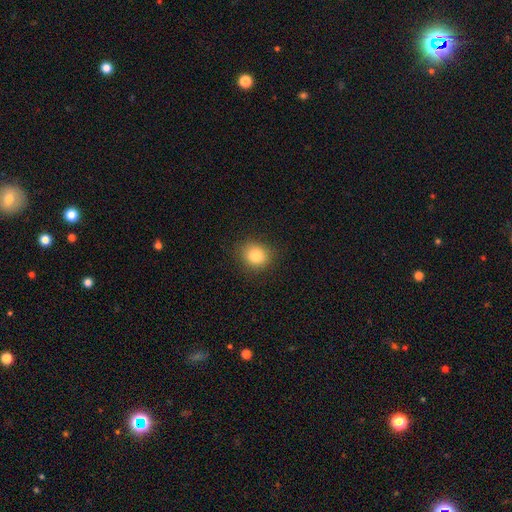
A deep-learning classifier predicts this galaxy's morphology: Smooth or featured?
  - smooth: 82% *
  - star or artifact: 11%
  - featured or disk: 7%
How rounded?
  - round: 78% *
  - in between: 21%
  - cigar-shaped: 1%
Merging?
  - none: 88% *
  - minor disturbance: 9%
  - major disturbance: 2%
  - merger: 1%